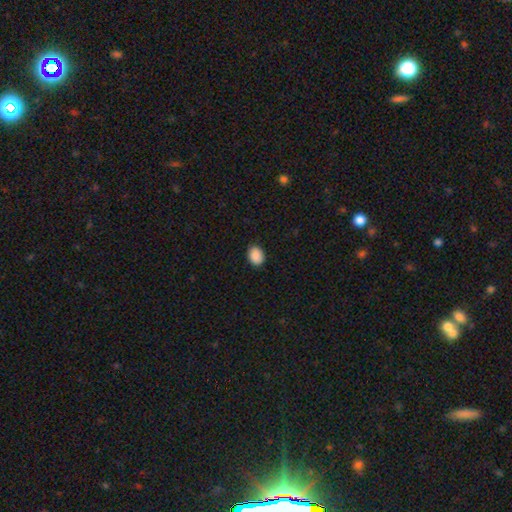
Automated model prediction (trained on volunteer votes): This appears to be a smooth galaxy with no disk features (90%) that is in between round and cigar-shaped (66%). Merging: none (89%).